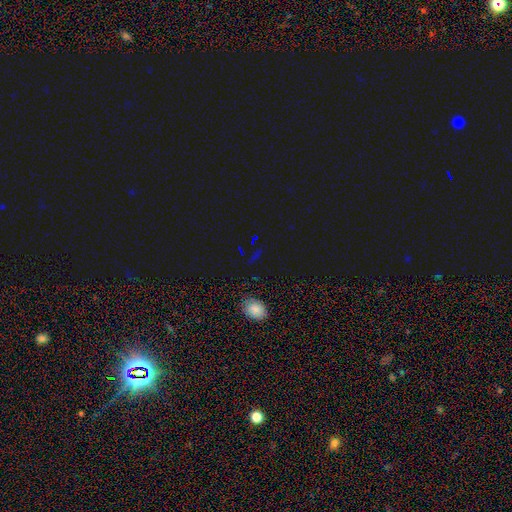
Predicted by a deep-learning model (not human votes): smooth-or-featured: star or artifact: 64% | smooth: 25% | featured or disk: 11%